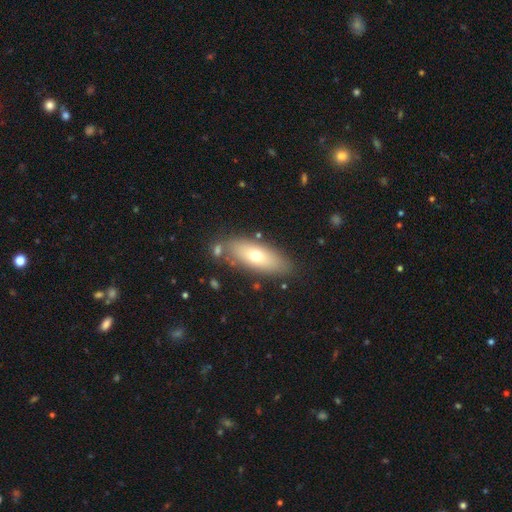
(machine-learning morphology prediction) smooth_or_featured: smooth (p=0.66) [alt: featured or disk p=0.27]
how_rounded: in between (p=0.72) [alt: cigar-shaped p=0.24]
merging: none (p=0.79) [alt: minor disturbance p=0.12]